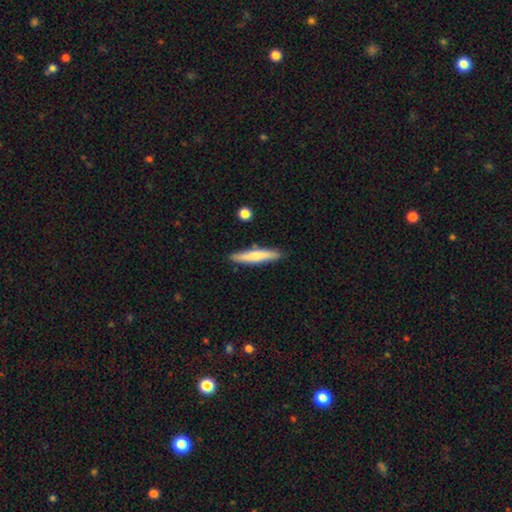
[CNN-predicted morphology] A smooth galaxy with no disk features (66%) that is cigar-shaped (89%).

Vote fractions:
- Smooth or featured? smooth: 66% / featured or disk: 29% / star or artifact: 6%
- How rounded? cigar-shaped: 89% / in between: 9% / round: 1%
- Merging? none: 85% / minor disturbance: 10% / merger: 3% / major disturbance: 2%